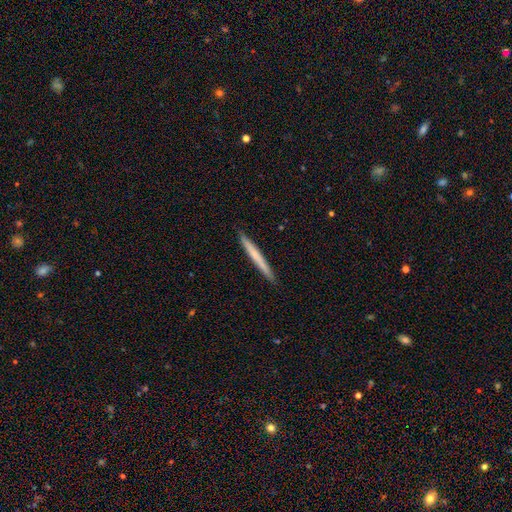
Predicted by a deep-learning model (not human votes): Smooth or featured? smooth (58%)
How rounded? cigar-shaped (97%)
Merging? none (92%)